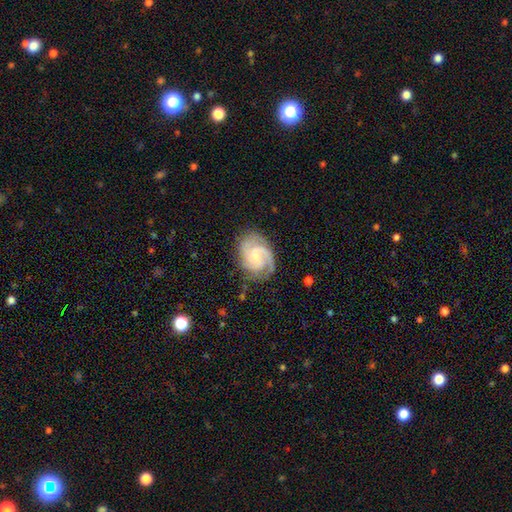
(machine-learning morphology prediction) This is clearly a featured or disk galaxy (87%). It is clearly not viewed edge-on (98%). Bar: possibly no (57%). Spiral arm pattern: clearly yes (98%). Spiral arm count: marginally 2 (41%). Spiral winding: possibly medium (46%). Central bulge: likely small (65%). Merging: likely none (74%).